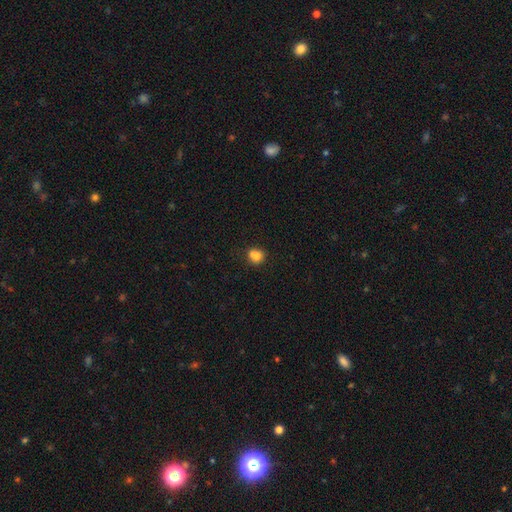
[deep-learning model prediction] This is clearly a smooth galaxy (82%). How rounded: likely round (75%). Merging: likely none (60%).